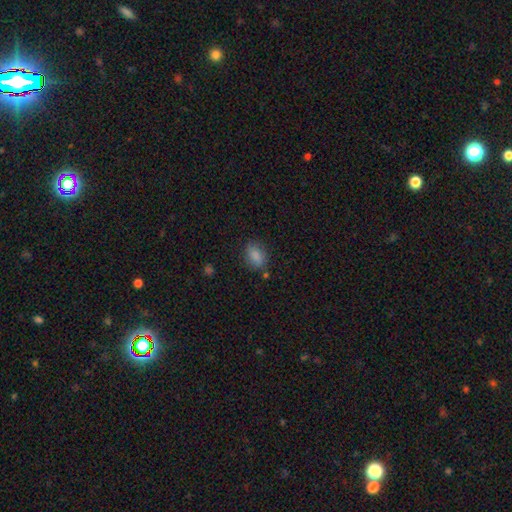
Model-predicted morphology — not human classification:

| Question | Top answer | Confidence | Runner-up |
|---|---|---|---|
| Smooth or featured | smooth | 84% | star or artifact (9%) |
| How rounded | in between | 81% | round (16%) |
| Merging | none | 75% | minor disturbance (17%) |